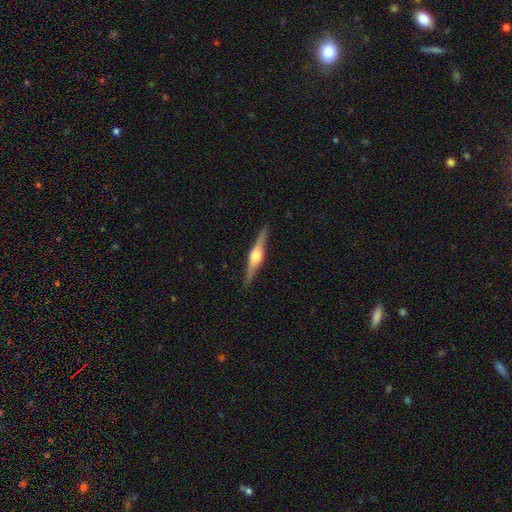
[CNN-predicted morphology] Smooth or featured? Predicted: featured or disk (p=0.78). Edge-on disk? Predicted: yes (p=0.98). Edge-on bulge? Predicted: rounded (p=0.86). Merging? Predicted: none (p=0.90).